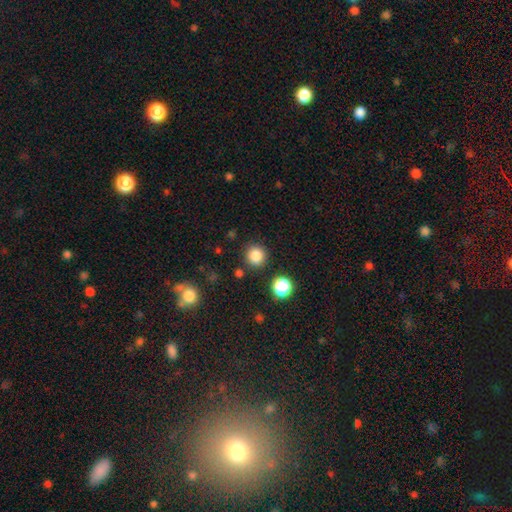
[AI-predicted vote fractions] This is clearly a smooth galaxy (84%). How rounded: clearly round (92%). Merging: clearly none (87%).